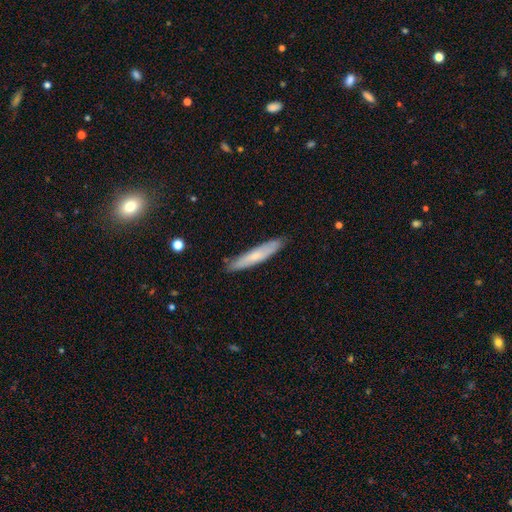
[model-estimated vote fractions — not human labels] Smooth or featured? Predicted: smooth (p=0.61). How rounded? Predicted: cigar-shaped (p=0.90). Merging? Predicted: none (p=0.86).